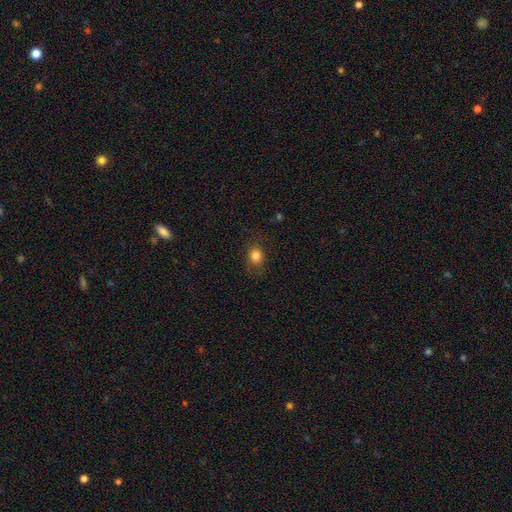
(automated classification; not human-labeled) smooth-or-featured: smooth: 81% | star or artifact: 11% | featured or disk: 7%
  how-rounded: round: 59% | in between: 40% | cigar-shaped: 1%
  merging: none: 77% | minor disturbance: 16% | major disturbance: 6% | merger: 1%